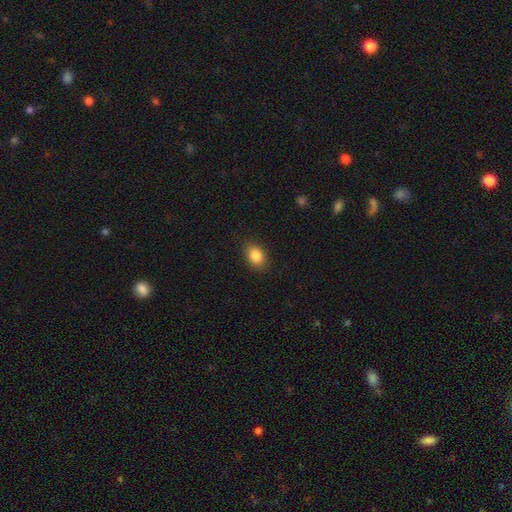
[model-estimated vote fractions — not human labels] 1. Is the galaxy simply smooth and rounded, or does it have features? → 85% smooth, 9% star or artifact, 6% featured or disk.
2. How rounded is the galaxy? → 73% in between, 26% round, 1% cigar-shaped.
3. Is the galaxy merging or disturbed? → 87% none, 10% minor disturbance, 3% major disturbance, 1% merger.